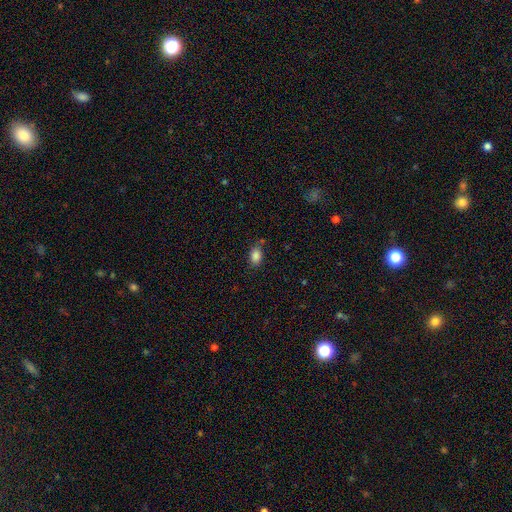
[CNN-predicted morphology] A smooth galaxy with no disk features (86%) that is in between round and cigar-shaped (81%).

Vote fractions:
- Smooth or featured? smooth: 86% / star or artifact: 9% / featured or disk: 5%
- How rounded? in between: 81% / round: 17% / cigar-shaped: 2%
- Merging? none: 74% / minor disturbance: 17% / major disturbance: 4% / merger: 4%